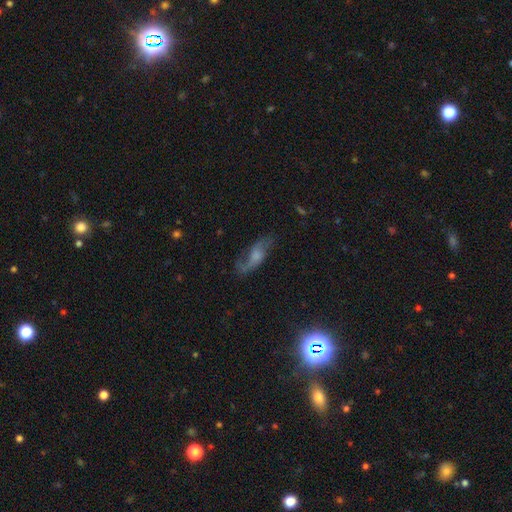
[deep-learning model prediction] Smooth or featured? featured or disk (63%)
Edge-on disk? no (85%)
Bar? no (60%)
Spiral arms? yes (87%)
Bulge size? moderate (33%)
Merging? none (59%)